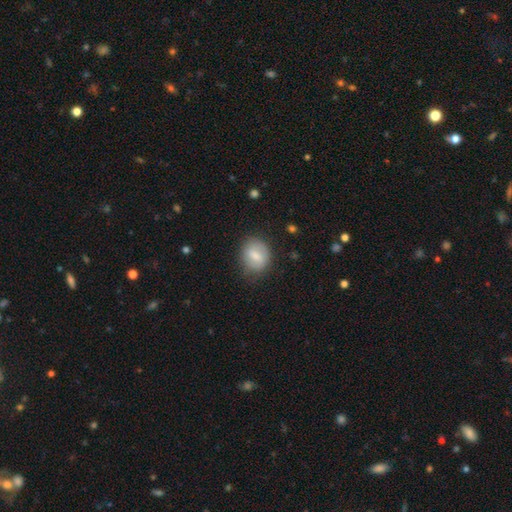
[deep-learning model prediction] This is likely a smooth galaxy (73%). How rounded: possibly round (55%). Merging: likely none (73%).